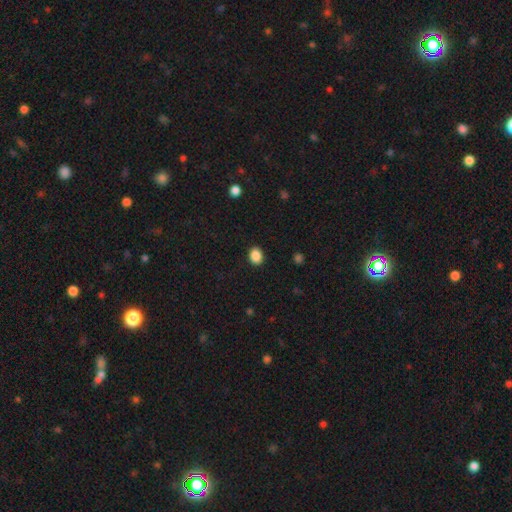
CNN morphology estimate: This appears to be a smooth galaxy with no disk features (88%) that is in between round and cigar-shaped (55%). Merging: none (89%).